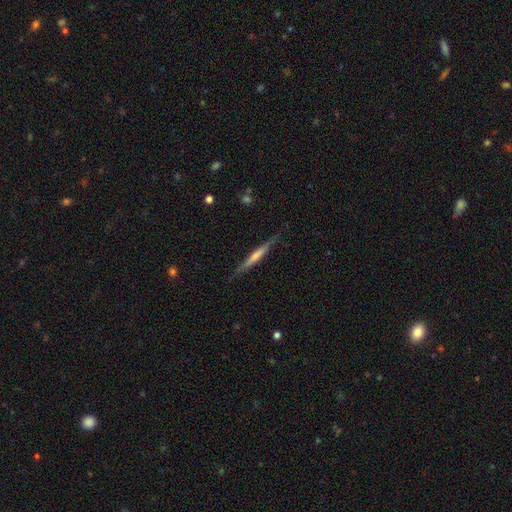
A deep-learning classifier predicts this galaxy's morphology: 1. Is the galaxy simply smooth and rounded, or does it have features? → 63% featured or disk, 31% smooth, 6% star or artifact.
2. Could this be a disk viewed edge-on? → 96% yes, 4% no.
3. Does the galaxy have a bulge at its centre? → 47% none, 38% rounded, 15% boxy.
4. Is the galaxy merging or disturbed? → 85% none, 11% minor disturbance, 2% major disturbance, 1% merger.